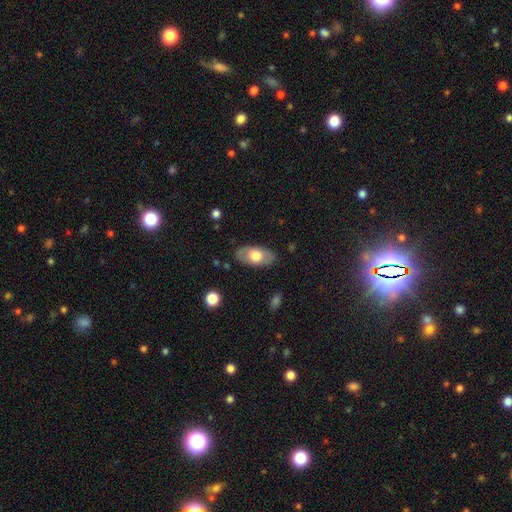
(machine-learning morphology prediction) The model was most divided on "smooth or featured": smooth: 59%, featured or disk: 35%, star or artifact: 5%. More confident: how rounded — in between (93%); merging — none (83%).